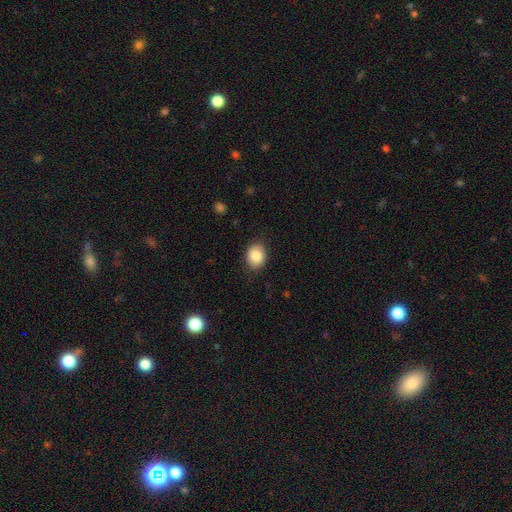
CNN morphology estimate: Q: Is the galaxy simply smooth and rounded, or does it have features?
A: smooth — 86%.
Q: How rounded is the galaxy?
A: round — 51%.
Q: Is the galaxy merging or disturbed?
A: none — 86%.